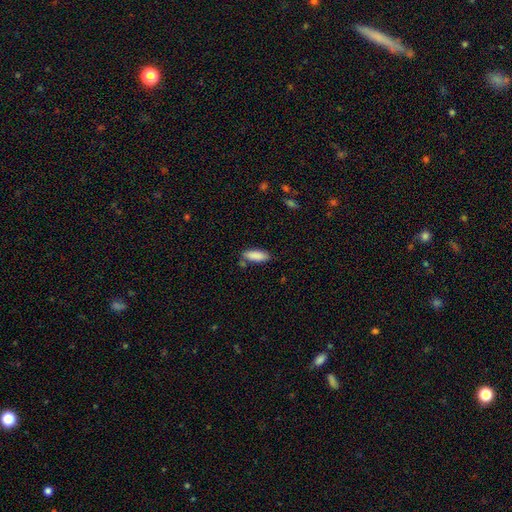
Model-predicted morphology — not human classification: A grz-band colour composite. It shows a smooth galaxy with no disk features (88%) that is in between round and cigar-shaped (71%). Merging: none (75%).